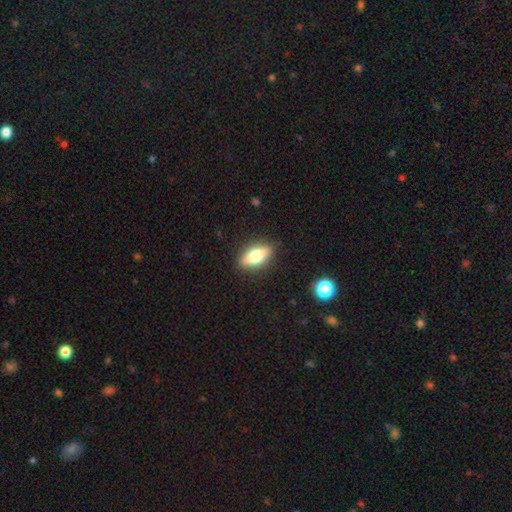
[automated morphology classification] This is possibly a smooth galaxy (60%). How rounded: likely in between (72%). Merging: clearly none (88%).